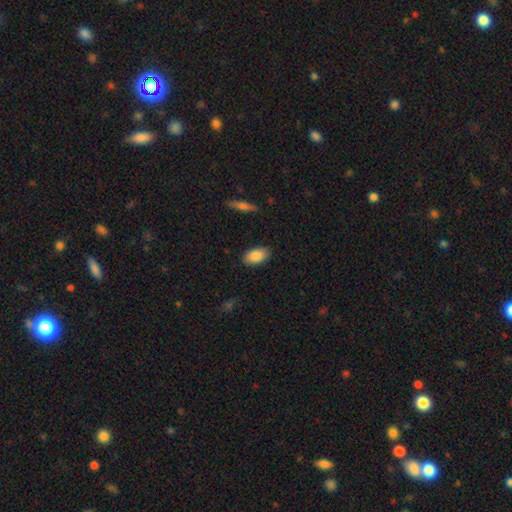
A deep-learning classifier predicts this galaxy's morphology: smooth 87%, star or artifact 7%, featured or disk 6%. Down the decision tree: how rounded — in between (93%); merging — none (88%).